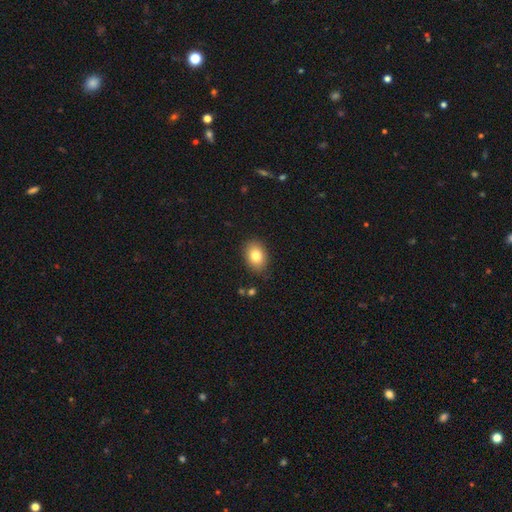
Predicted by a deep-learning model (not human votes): The model was most divided on "how rounded": in between: 73%, round: 26%, cigar-shaped: 1%. More confident: merging — none (86%); smooth or featured — smooth (81%).